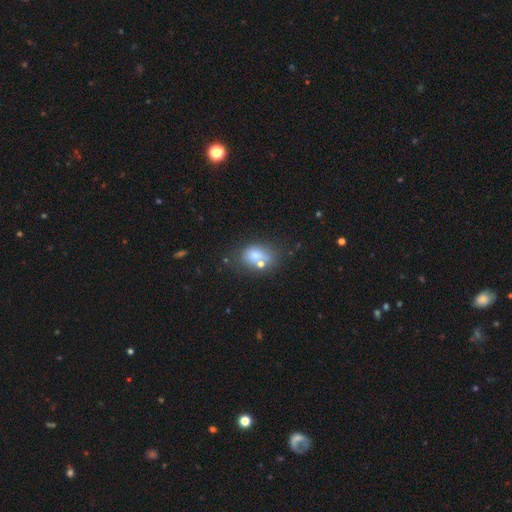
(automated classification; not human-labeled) Q: Smooth or featured?
A: smooth (68%); runner-up: featured or disk (19%)
Q: How rounded?
A: in between (66%); runner-up: round (33%)
Q: Merging?
A: none (43%); runner-up: merger (28%)